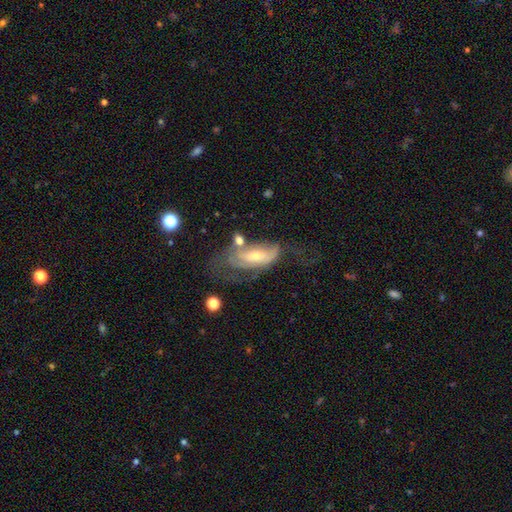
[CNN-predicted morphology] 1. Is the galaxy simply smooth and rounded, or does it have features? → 68% featured or disk, 25% smooth, 8% star or artifact.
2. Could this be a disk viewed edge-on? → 87% no, 13% yes.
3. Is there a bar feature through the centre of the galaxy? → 51% no, 32% weak, 16% strong.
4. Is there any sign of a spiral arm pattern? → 71% yes, 29% no.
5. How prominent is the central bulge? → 48% small, 46% moderate, 3% large, 2% none, 1% dominant.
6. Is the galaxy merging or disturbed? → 36% major disturbance, 31% none, 23% minor disturbance, 10% merger.